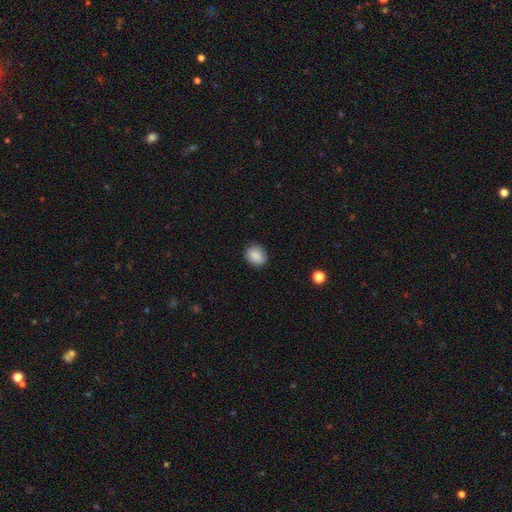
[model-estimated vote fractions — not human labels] Morphology: type=smooth (88%); roundness=round (53%); merging=none (84%).